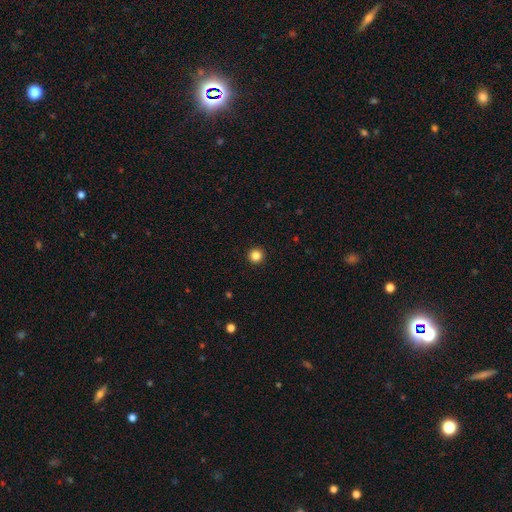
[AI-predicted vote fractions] smooth_or_featured: smooth (p=0.85) [alt: star or artifact p=0.11]
how_rounded: round (p=0.96) [alt: in between p=0.03]
merging: none (p=0.94) [alt: minor disturbance p=0.04]